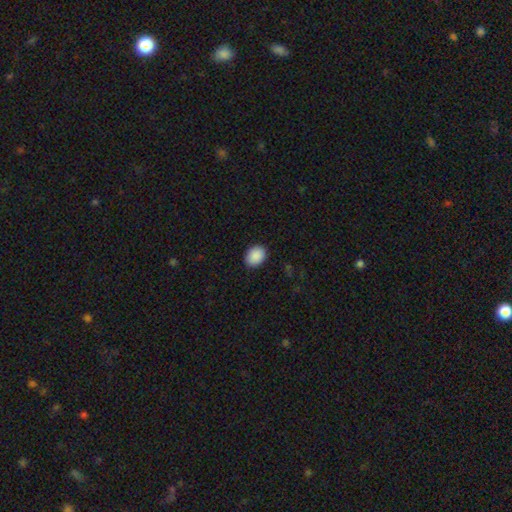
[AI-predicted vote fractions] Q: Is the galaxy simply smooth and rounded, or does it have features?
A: smooth — 90%.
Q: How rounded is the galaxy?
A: in between — 60%.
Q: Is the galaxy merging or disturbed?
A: none — 89%.